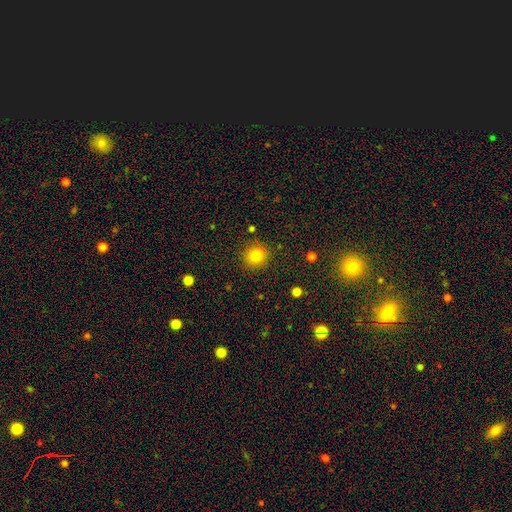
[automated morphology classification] The model was most divided on "smooth or featured": smooth: 79%, star or artifact: 13%, featured or disk: 8%. More confident: how rounded — round (94%); merging — none (86%).